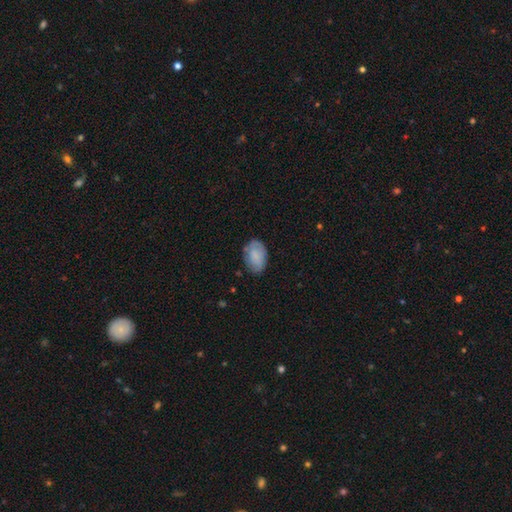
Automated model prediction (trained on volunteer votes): smooth-or-featured: smooth: 69% | featured or disk: 24% | star or artifact: 7%
  how-rounded: in between: 88% | round: 11% | cigar-shaped: 1%
  merging: none: 73% | minor disturbance: 21% | major disturbance: 5% | merger: 1%